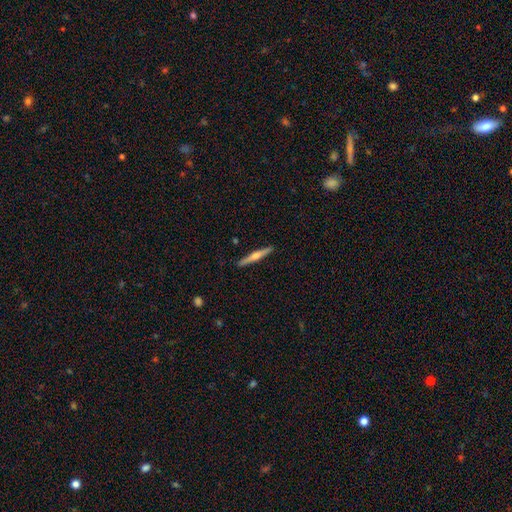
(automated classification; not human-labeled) This appears to be a featured or disk galaxy (59%) viewed edge-on (98%) with a rounded central bulge (87%). Merging: none (91%).